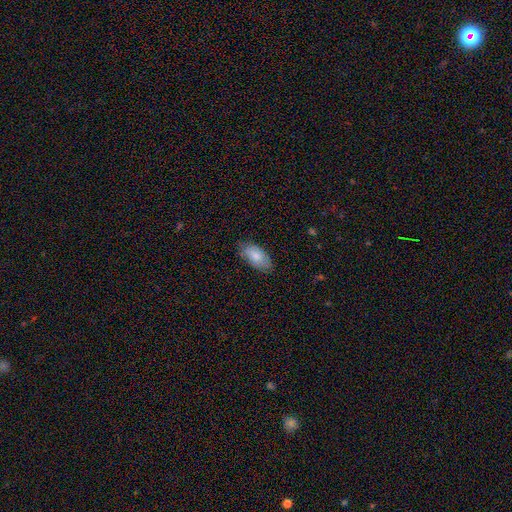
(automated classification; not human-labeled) Smooth or featured?
  - smooth: 79% *
  - featured or disk: 15%
  - star or artifact: 6%
How rounded?
  - in between: 93% *
  - cigar-shaped: 4%
  - round: 3%
Merging?
  - none: 77% *
  - minor disturbance: 19%
  - major disturbance: 3%
  - merger: 1%